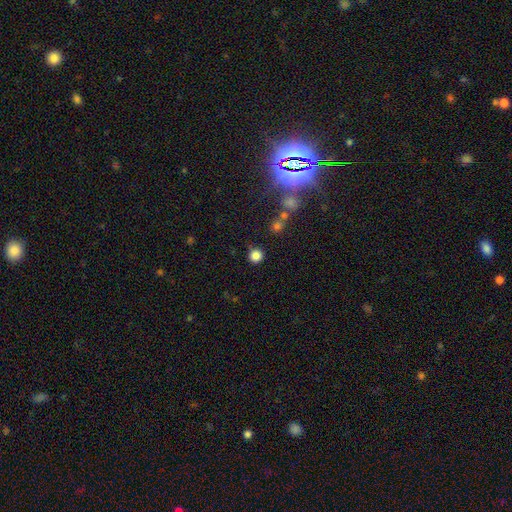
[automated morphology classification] A smooth galaxy with no disk features (84%) that is round (92%). Merging: none (85%).